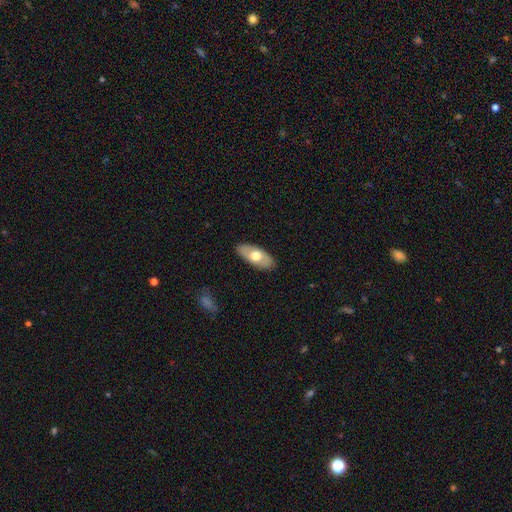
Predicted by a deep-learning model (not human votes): Smooth or featured? Predicted: smooth (p=0.58). How rounded? Predicted: in between (p=0.89). Merging? Predicted: none (p=0.87).